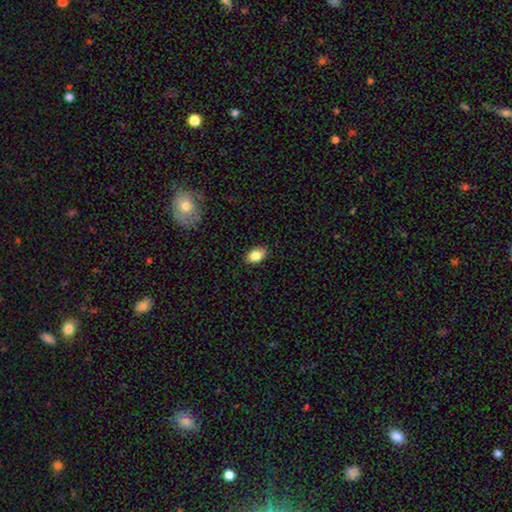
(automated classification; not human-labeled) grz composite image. It shows a smooth galaxy with no disk features (83%) that is in between round and cigar-shaped (87%). Merging: none (88%).